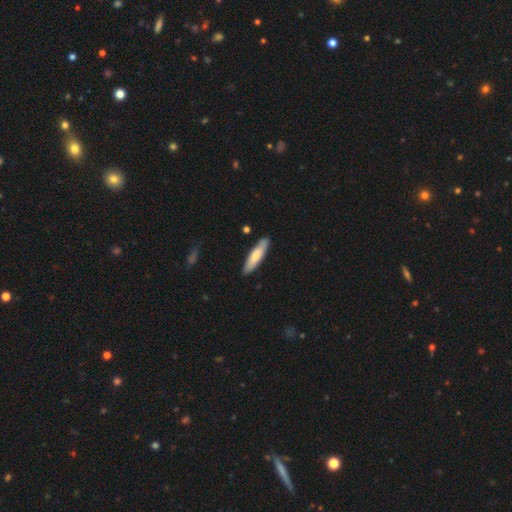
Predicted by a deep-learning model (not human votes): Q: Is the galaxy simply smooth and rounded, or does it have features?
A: smooth — 74%.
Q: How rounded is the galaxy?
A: cigar-shaped — 74%.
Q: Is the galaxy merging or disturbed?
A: none — 87%.